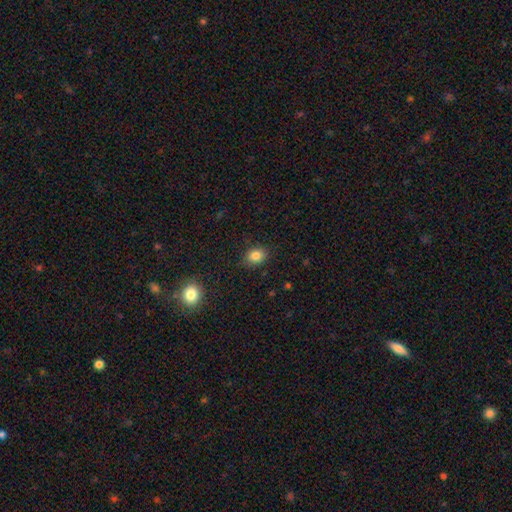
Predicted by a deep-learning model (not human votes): Smooth or featured? smooth (83%)
How rounded? in between (54%)
Merging? none (85%)